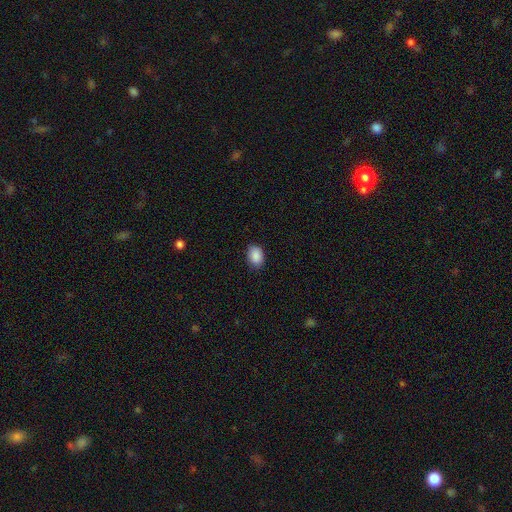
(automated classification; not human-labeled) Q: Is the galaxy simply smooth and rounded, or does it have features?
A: smooth — 90%.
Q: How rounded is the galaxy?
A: in between — 82%.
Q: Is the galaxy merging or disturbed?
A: none — 87%.